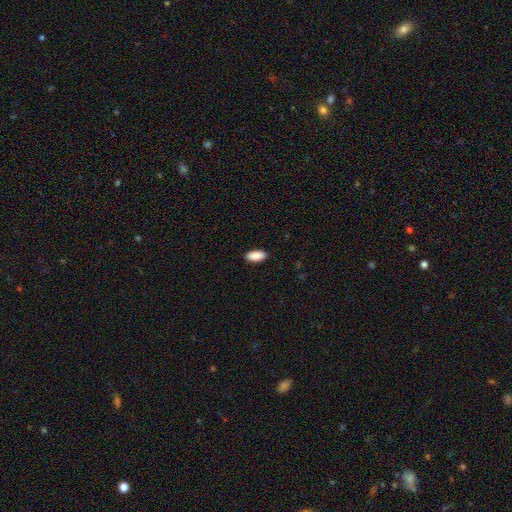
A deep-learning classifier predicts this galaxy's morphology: Smooth or featured: smooth — 90% (star or artifact — 6%)
How rounded: in between — 88% (cigar-shaped — 10%)
Merging: none — 90% (minor disturbance — 7%)